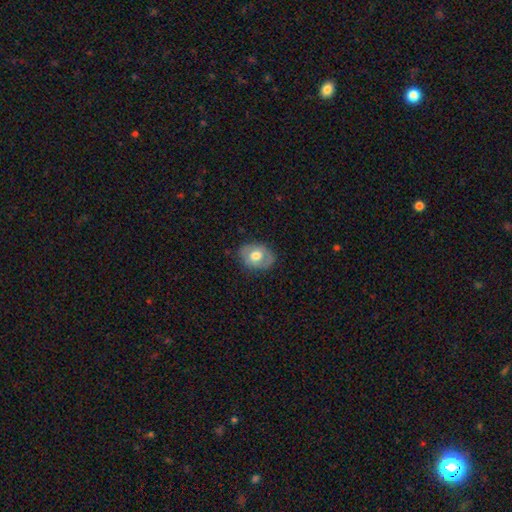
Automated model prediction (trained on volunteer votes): A smooth galaxy with no disk features (55%) that is in between round and cigar-shaped (59%). Merging: none (75%).